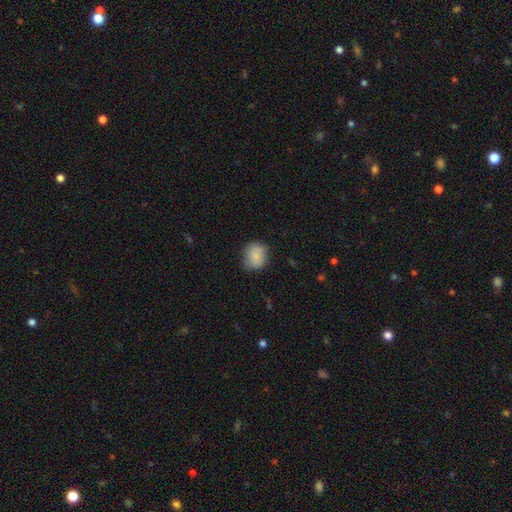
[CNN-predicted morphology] This appears to be a smooth galaxy with no disk features (82%) that is round (69%). Merging: none (68%).